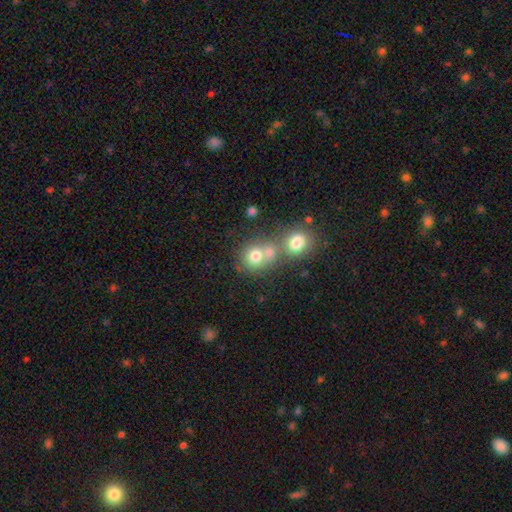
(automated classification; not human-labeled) Q: Smooth or featured?
A: smooth (73%); runner-up: featured or disk (14%)
Q: How rounded?
A: round (78%); runner-up: in between (21%)
Q: Merging?
A: merger (50%); runner-up: none (38%)